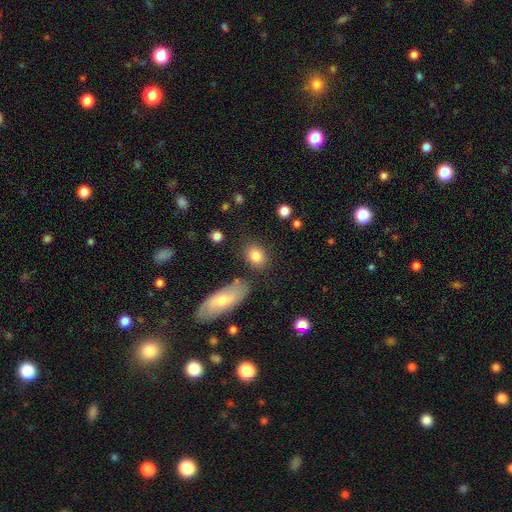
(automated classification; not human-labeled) This is clearly a smooth galaxy (83%). How rounded: likely in between (66%). Merging: likely none (77%).